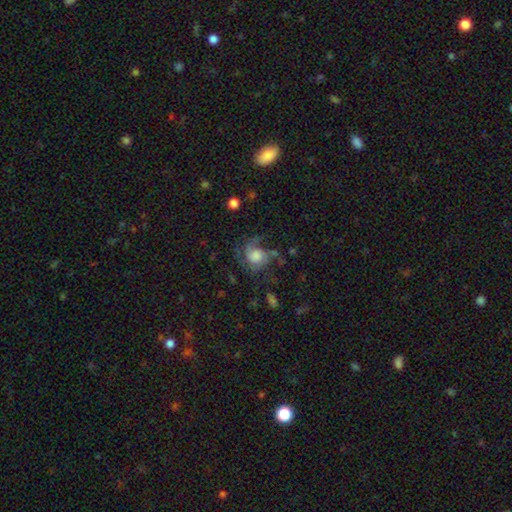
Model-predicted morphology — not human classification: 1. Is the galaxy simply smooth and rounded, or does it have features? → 74% featured or disk, 18% smooth, 9% star or artifact.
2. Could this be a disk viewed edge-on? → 98% no, 2% yes.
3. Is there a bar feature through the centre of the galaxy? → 72% no, 24% weak, 4% strong.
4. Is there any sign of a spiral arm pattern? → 94% yes, 6% no.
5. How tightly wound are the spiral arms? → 46% medium, 28% tight, 26% loose.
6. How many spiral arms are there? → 34% 2, 25% 3, 16% can't tell, 13% 1, 6% 4, 6% more than 4.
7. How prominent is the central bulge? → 43% large, 30% moderate, 11% small, 9% none, 7% dominant.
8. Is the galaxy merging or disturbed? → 57% none, 22% major disturbance, 18% minor disturbance, 3% merger.